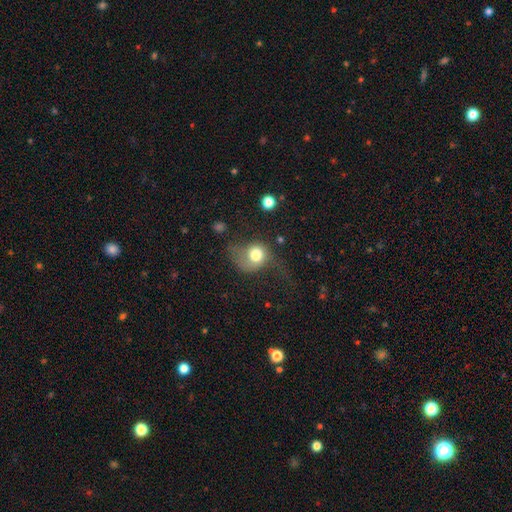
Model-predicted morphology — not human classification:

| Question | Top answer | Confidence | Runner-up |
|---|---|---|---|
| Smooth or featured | smooth | 66% | featured or disk (24%) |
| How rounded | round | 66% | in between (33%) |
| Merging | major disturbance | 47% | none (26%) |